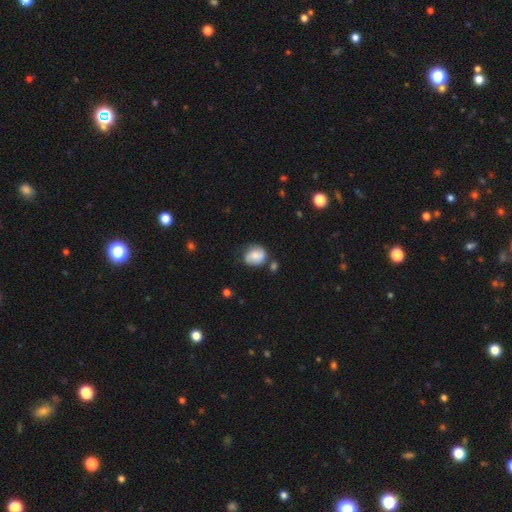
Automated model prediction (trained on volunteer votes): This appears to be a smooth galaxy with no disk features (62%) that is round (64%). Merging: none (60%).